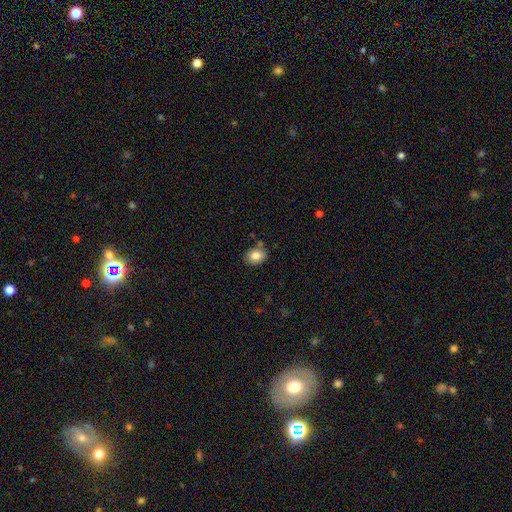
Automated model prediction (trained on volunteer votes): Smooth or featured? Predicted: smooth (p=0.84). How rounded? Predicted: in between (p=0.55). Merging? Predicted: none (p=0.79).